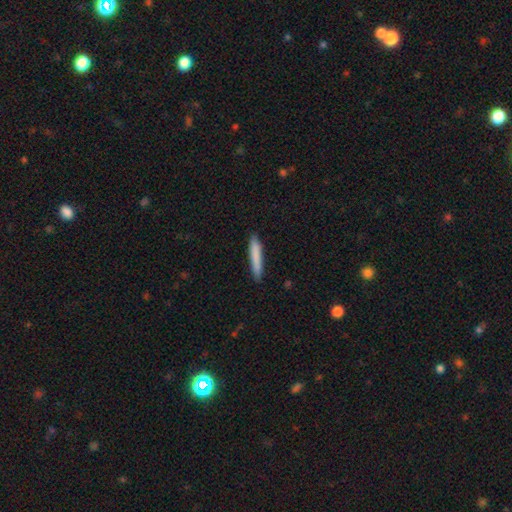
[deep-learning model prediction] Smooth or featured? smooth (80%)
How rounded? cigar-shaped (93%)
Merging? none (87%)